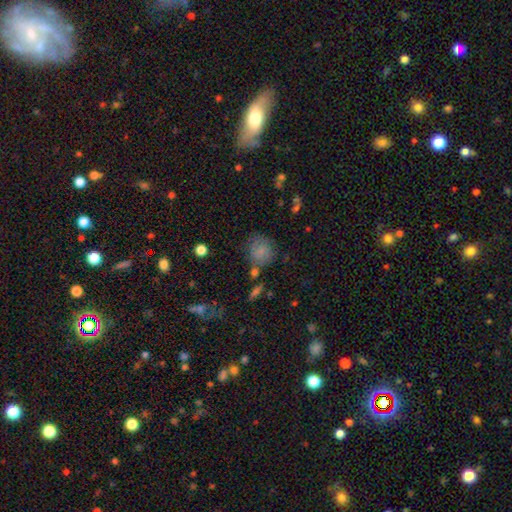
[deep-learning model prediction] This is possibly a star or artifact rather than a galaxy (46%).